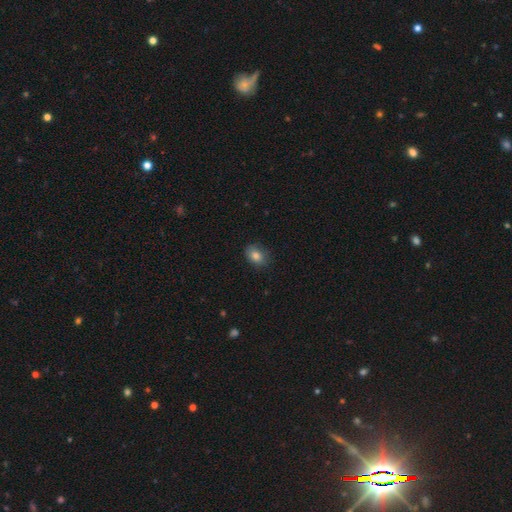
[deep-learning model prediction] smooth_or_featured: smooth (p=0.82) [alt: star or artifact p=0.10]
how_rounded: in between (p=0.63) [alt: round p=0.36]
merging: none (p=0.80) [alt: minor disturbance p=0.16]